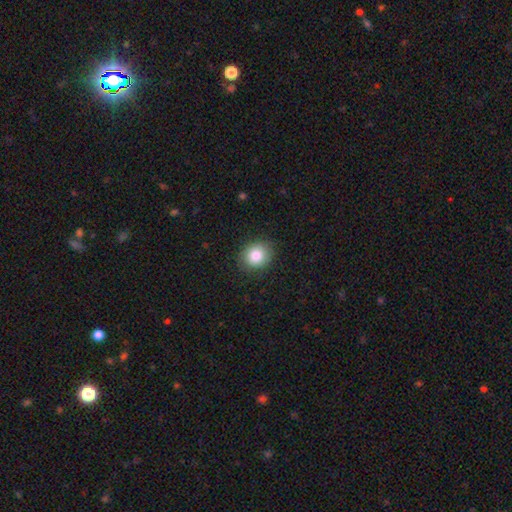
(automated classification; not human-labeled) A smooth galaxy with no disk features (83%) that is round (69%). Merging: none (86%).